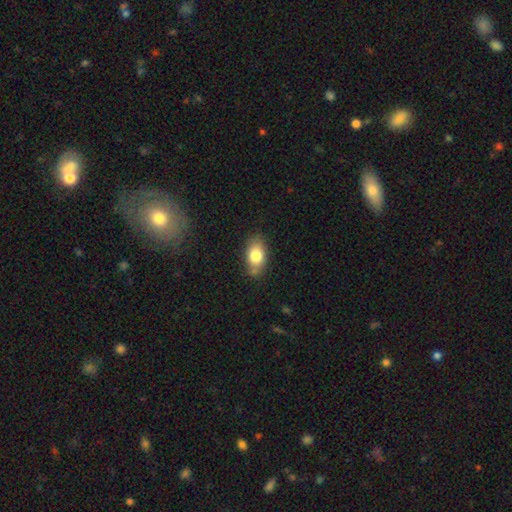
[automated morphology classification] Q: Smooth or featured?
A: smooth (80%); runner-up: featured or disk (12%)
Q: How rounded?
A: in between (87%); runner-up: round (10%)
Q: Merging?
A: none (73%); runner-up: minor disturbance (18%)